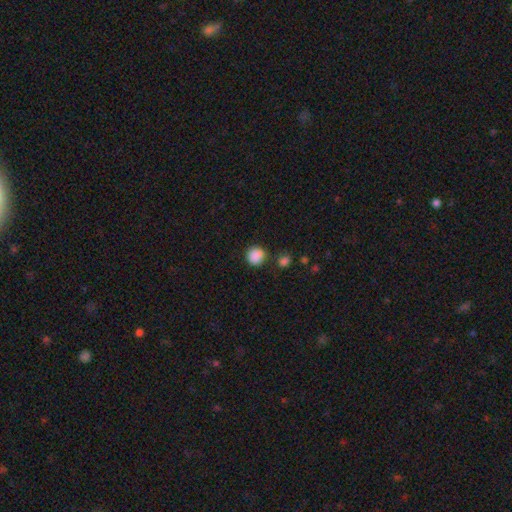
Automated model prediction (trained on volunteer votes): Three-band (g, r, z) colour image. It shows a smooth galaxy with no disk features (87%) that is round (87%). Merging: none (77%).